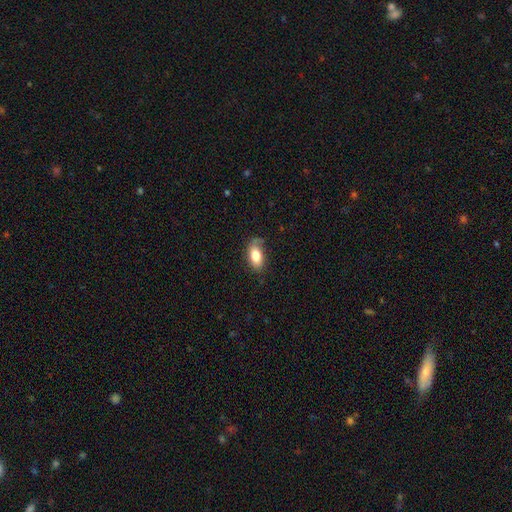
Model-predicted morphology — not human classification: Smooth or featured? smooth (79%)
How rounded? in between (91%)
Merging? none (65%)